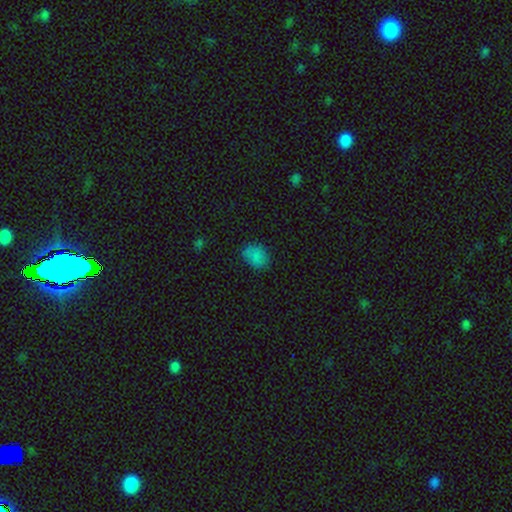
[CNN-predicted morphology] Smooth or featured: smooth — 80% (star or artifact — 14%)
How rounded: in between — 54% (round — 45%)
Merging: none — 76% (minor disturbance — 18%)